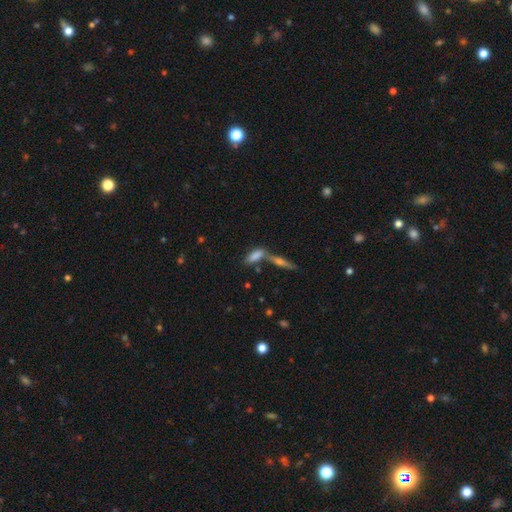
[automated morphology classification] Overall: smooth (73%). How rounded: in between (63%; cigar-shaped 34%). Merging: merger (43%; none 42%).